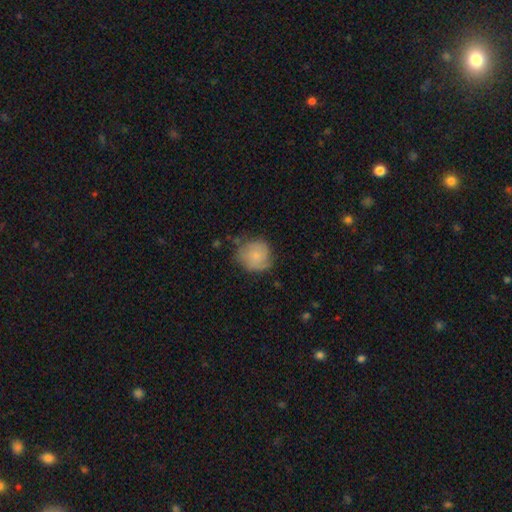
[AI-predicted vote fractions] smooth-or-featured: smooth: 59% | featured or disk: 34% | star or artifact: 7%
  how-rounded: round: 84% | in between: 15% | cigar-shaped: 1%
  merging: none: 61% | minor disturbance: 28% | major disturbance: 9% | merger: 2%